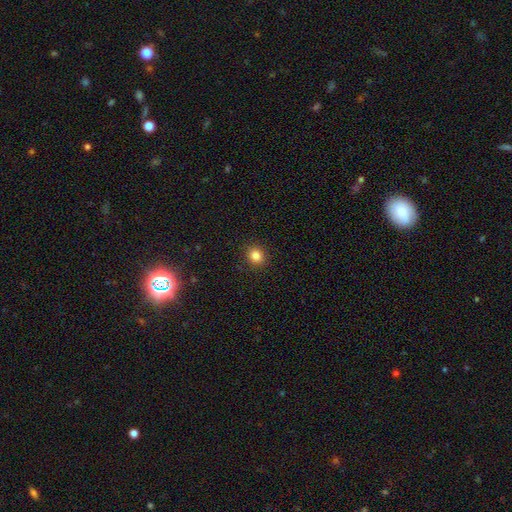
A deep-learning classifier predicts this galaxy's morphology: Q: Smooth or featured?
A: smooth (84%); runner-up: star or artifact (11%)
Q: How rounded?
A: round (75%); runner-up: in between (24%)
Q: Merging?
A: none (91%); runner-up: minor disturbance (6%)